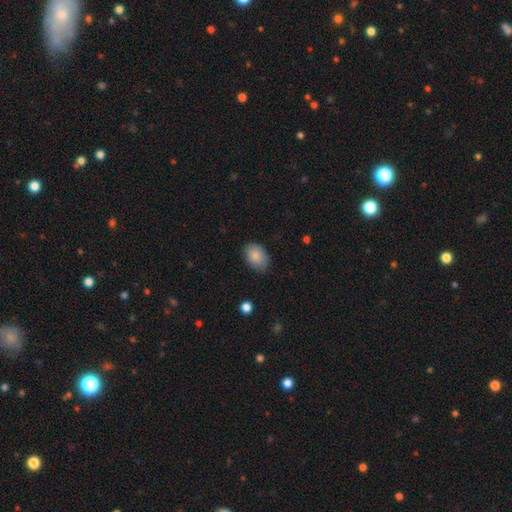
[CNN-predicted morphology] A smooth galaxy with no disk features (86%) that is in between round and cigar-shaped (84%).

Vote fractions:
- Smooth or featured? smooth: 86% / star or artifact: 7% / featured or disk: 7%
- How rounded? in between: 84% / round: 15% / cigar-shaped: 1%
- Merging? none: 78% / minor disturbance: 18% / major disturbance: 3% / merger: 1%